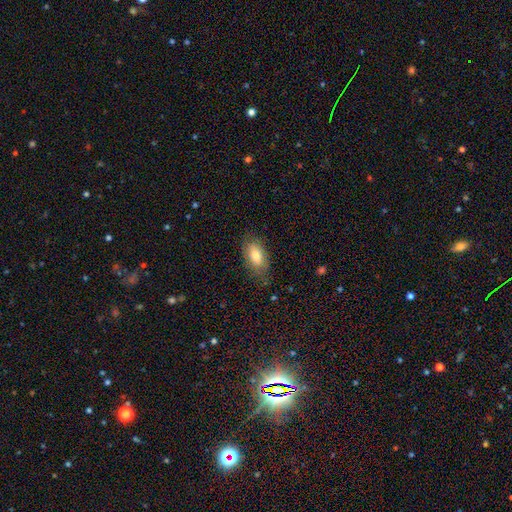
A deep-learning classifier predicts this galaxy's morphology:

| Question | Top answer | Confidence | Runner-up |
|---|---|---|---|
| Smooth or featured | smooth | 76% | featured or disk (17%) |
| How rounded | in between | 90% | round (5%) |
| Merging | none | 75% | minor disturbance (19%) |